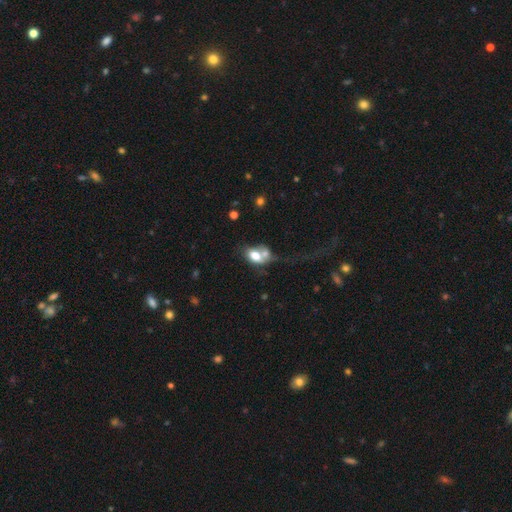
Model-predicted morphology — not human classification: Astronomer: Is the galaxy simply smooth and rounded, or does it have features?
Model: smooth — 70%.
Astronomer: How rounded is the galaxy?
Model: in between — 80%.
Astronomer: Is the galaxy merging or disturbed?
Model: merger — 52%.